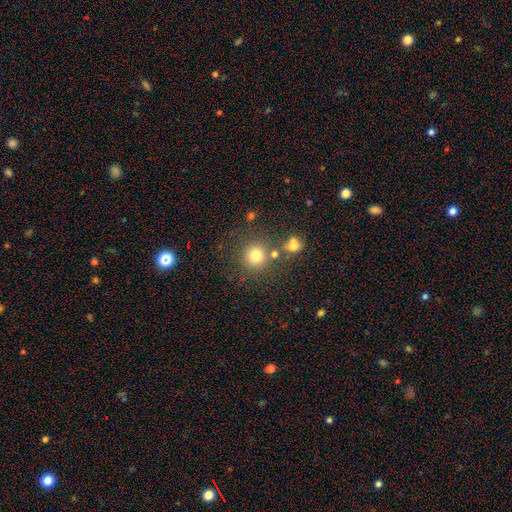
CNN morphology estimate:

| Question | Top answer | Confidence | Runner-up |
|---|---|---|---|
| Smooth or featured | smooth | 77% | star or artifact (15%) |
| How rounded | round | 92% | in between (7%) |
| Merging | none | 76% | merger (11%) |